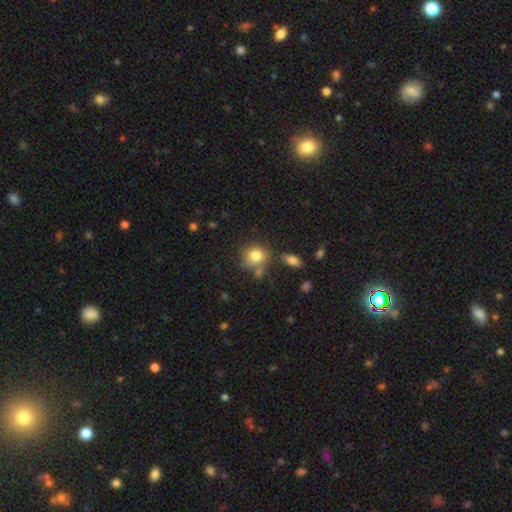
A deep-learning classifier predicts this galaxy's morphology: Smooth or featured? smooth (80%)
How rounded? round (75%)
Merging? none (63%)